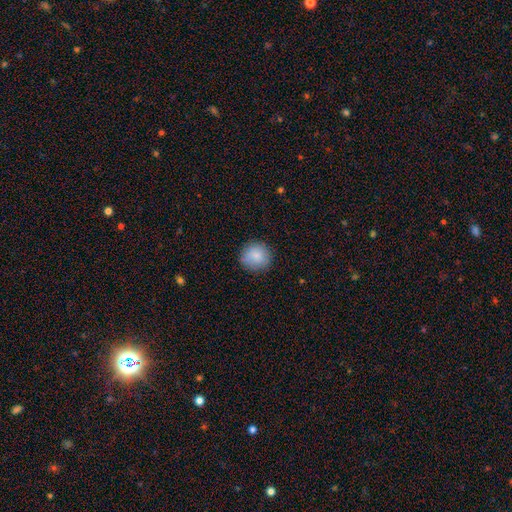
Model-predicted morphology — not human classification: A smooth galaxy with no disk features (86%) that is round (91%). Merging: none (86%).